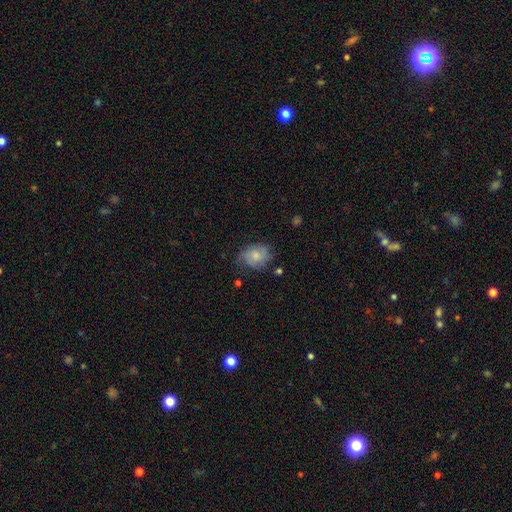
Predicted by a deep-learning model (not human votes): Overall: smooth (63%; featured or disk 29%). How rounded: in between (54%; round 45%). Merging: none (55%; minor disturbance 31%).